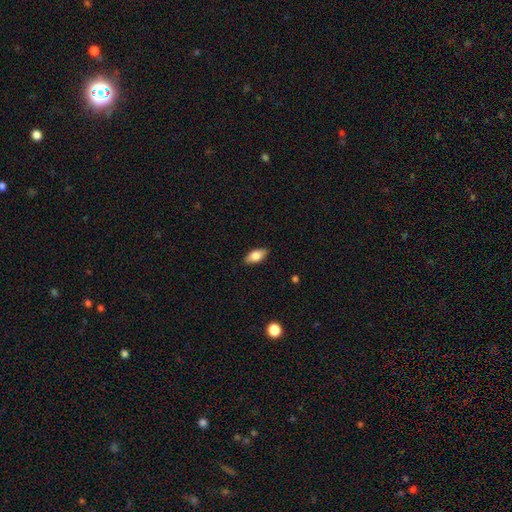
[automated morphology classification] Smooth or featured? Predicted: smooth (p=0.78). How rounded? Predicted: in between (p=0.89). Merging? Predicted: none (p=0.88).